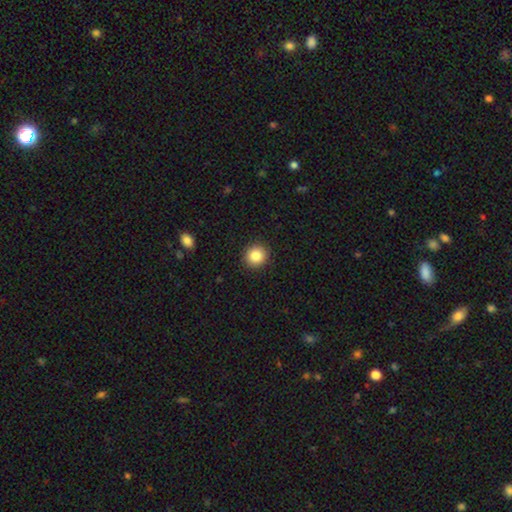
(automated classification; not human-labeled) Overall: smooth (85%). How rounded: round (90%). Merging: none (92%).